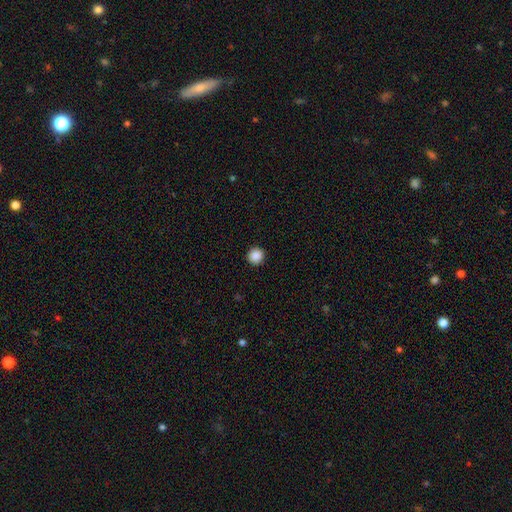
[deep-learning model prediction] A smooth galaxy with no disk features (89%) that is round (95%). Merging: none (93%).